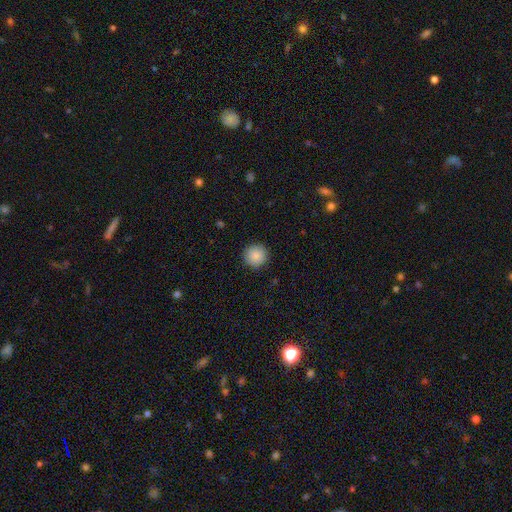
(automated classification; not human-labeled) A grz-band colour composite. It shows a smooth galaxy with no disk features (88%) that is round (95%). Merging: none (92%).